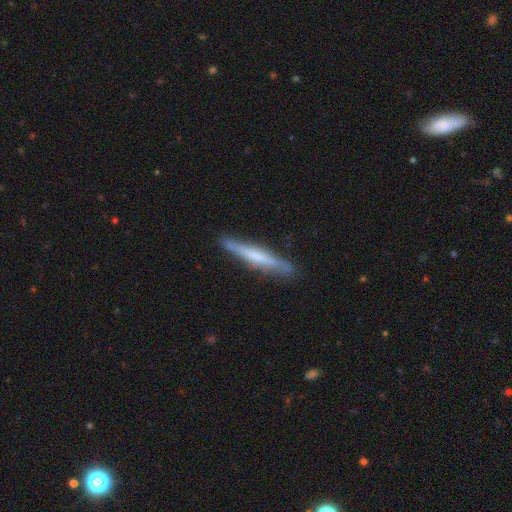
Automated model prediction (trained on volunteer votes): smooth-or-featured: featured or disk: 51% | smooth: 43% | star or artifact: 6%
  disk-edge-on: yes: 93% | no: 7%
  merging: none: 86% | minor disturbance: 11% | major disturbance: 2% | merger: 1%